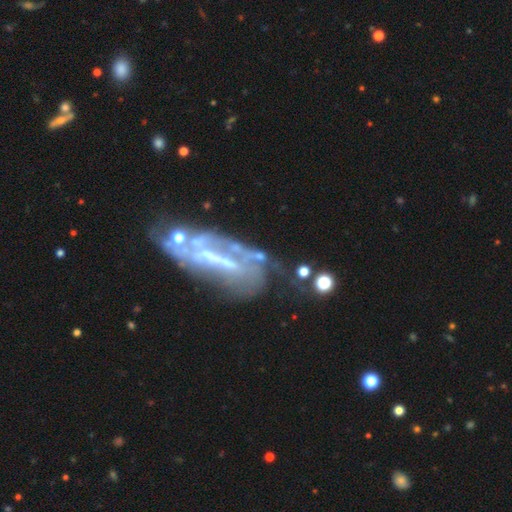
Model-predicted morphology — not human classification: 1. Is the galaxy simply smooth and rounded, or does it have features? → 62% featured or disk, 22% smooth, 15% star or artifact.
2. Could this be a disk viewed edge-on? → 81% no, 19% yes.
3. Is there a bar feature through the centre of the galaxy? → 47% no, 34% strong, 19% weak.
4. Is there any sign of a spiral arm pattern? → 72% no, 28% yes.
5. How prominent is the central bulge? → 46% none, 24% small, 23% moderate, 5% large, 3% dominant.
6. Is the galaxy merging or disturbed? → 31% major disturbance, 30% none, 21% merger, 18% minor disturbance.